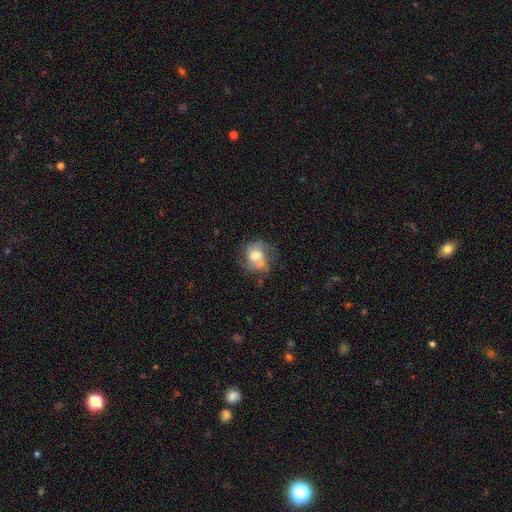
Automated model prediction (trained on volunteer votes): smooth_or_featured: featured or disk (p=0.54) [alt: smooth p=0.37]
disk_edge_on: no (p=0.97) [alt: yes p=0.03]
bar: no (p=0.66) [alt: weak p=0.28]
has_spiral_arms: yes (p=0.77) [alt: no p=0.23]
bulge_size: moderate (p=0.49) [alt: large p=0.29]
merging: none (p=0.48) [alt: minor disturbance p=0.23]